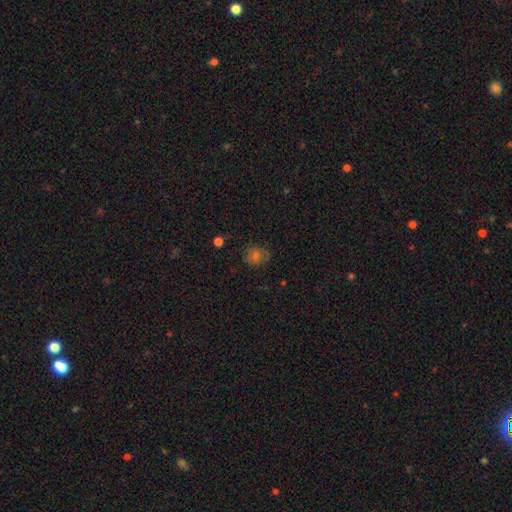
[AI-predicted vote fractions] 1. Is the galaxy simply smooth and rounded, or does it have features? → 64% smooth, 22% star or artifact, 15% featured or disk.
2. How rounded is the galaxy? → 74% round, 25% in between, 1% cigar-shaped.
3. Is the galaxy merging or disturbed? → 79% none, 15% minor disturbance, 5% major disturbance, 1% merger.